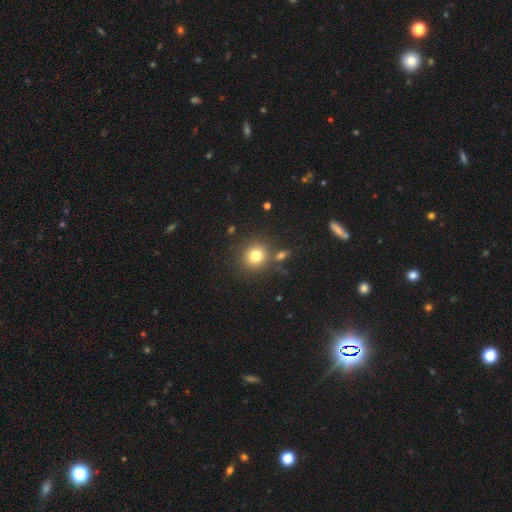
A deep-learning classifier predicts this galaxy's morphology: This appears to be a smooth galaxy with no disk features (79%) that is round (84%). Merging: none (78%).